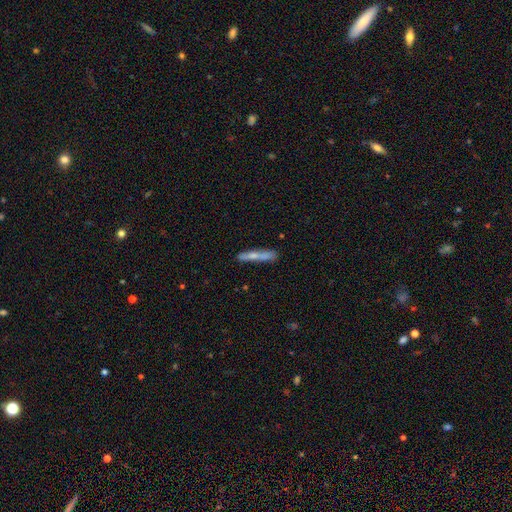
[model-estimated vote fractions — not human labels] smooth-or-featured: smooth: 58% | featured or disk: 35% | star or artifact: 6%
  how-rounded: cigar-shaped: 93% | in between: 5% | round: 2%
  merging: none: 79% | minor disturbance: 14% | merger: 4% | major disturbance: 3%